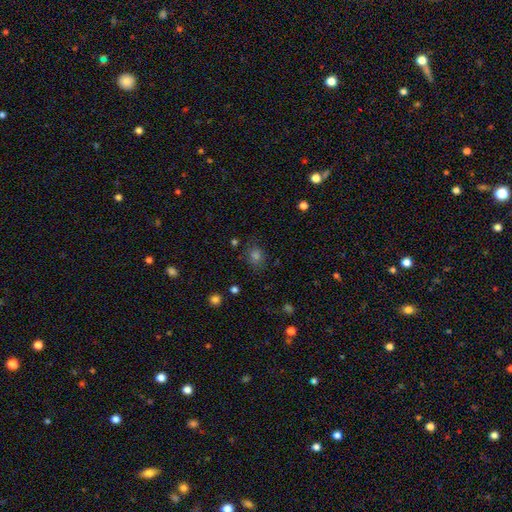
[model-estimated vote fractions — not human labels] Q: Smooth or featured?
A: smooth (66%); runner-up: star or artifact (26%)
Q: How rounded?
A: round (67%); runner-up: in between (31%)
Q: Merging?
A: none (80%); runner-up: minor disturbance (13%)